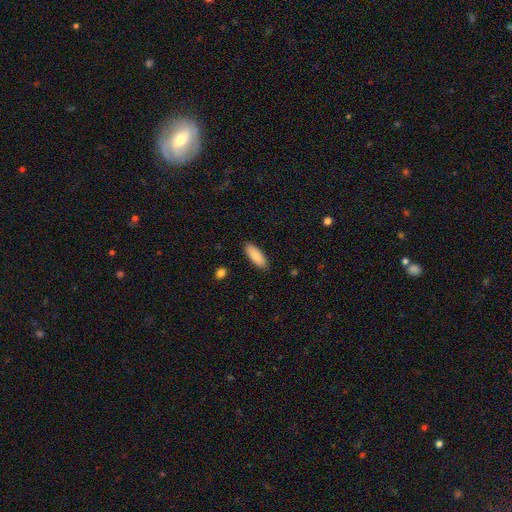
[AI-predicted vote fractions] This is clearly a smooth galaxy (88%). How rounded: likely in between (71%). Merging: clearly none (89%).